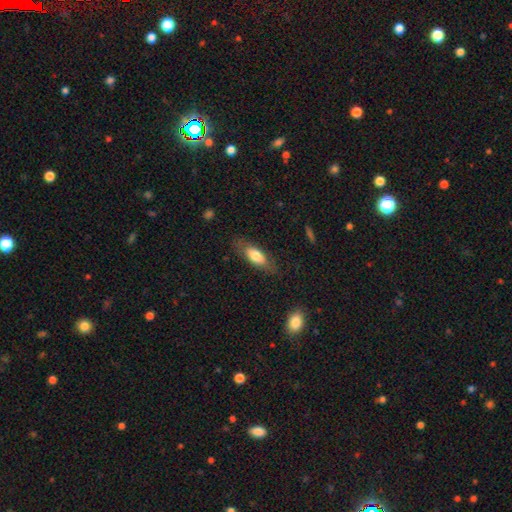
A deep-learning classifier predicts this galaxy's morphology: Smooth or featured: smooth — 70% (featured or disk — 23%)
How rounded: in between — 73% (cigar-shaped — 24%)
Merging: none — 76% (minor disturbance — 16%)